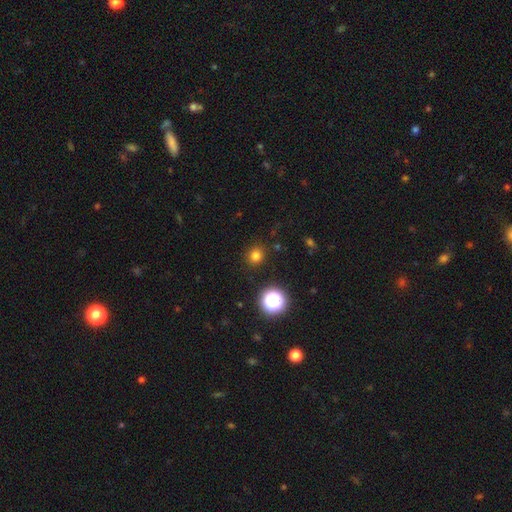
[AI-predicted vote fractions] Smooth or featured? Predicted: smooth (p=0.78). How rounded? Predicted: round (p=0.90). Merging? Predicted: none (p=0.91).